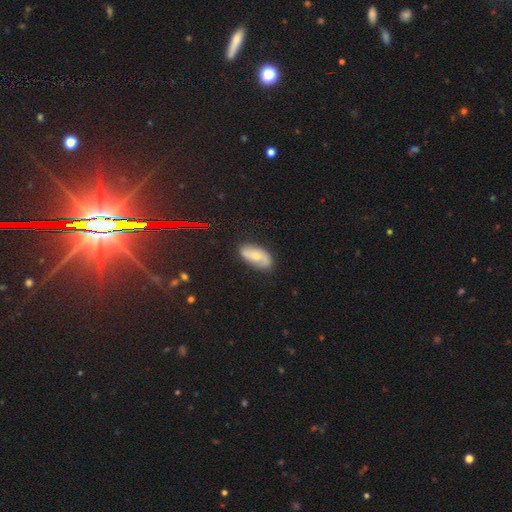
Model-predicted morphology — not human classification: Smooth or featured: featured or disk — 49% (smooth — 43%)
Merging: none — 79% (minor disturbance — 16%)